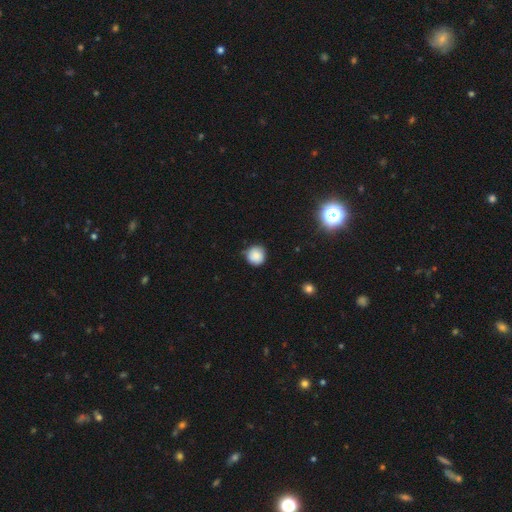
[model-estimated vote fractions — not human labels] This appears to be a smooth galaxy with no disk features (84%) that is round (94%). Merging: none (78%).